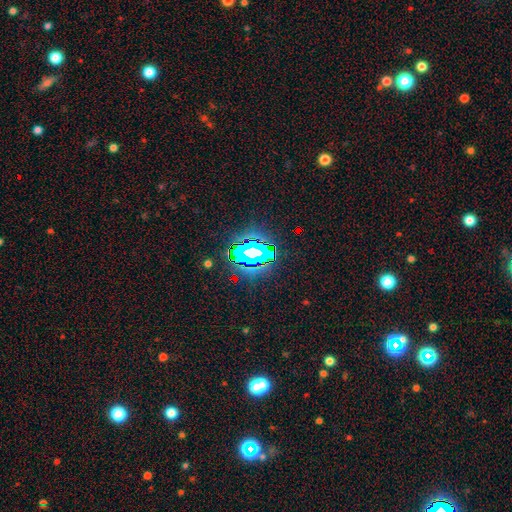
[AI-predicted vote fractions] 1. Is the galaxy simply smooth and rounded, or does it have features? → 73% star or artifact, 15% smooth, 12% featured or disk.